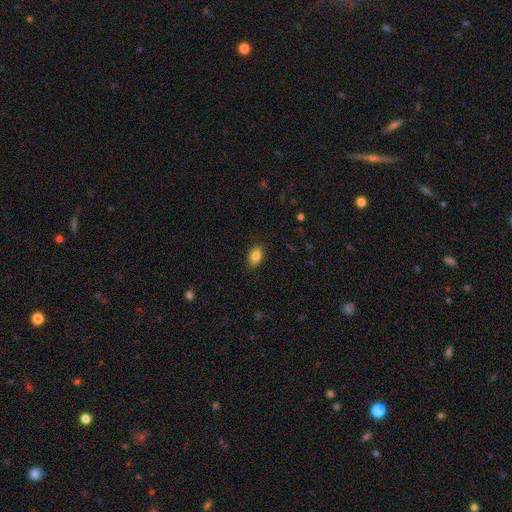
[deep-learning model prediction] Smooth or featured? smooth (85%)
How rounded? in between (85%)
Merging? none (86%)